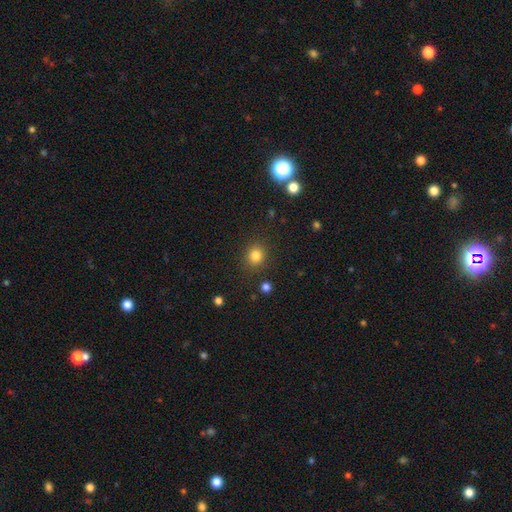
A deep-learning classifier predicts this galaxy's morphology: smooth-or-featured: smooth: 82% | star or artifact: 13% | featured or disk: 5%
  how-rounded: round: 83% | in between: 16% | cigar-shaped: 1%
  merging: none: 87% | minor disturbance: 8% | major disturbance: 3% | merger: 2%